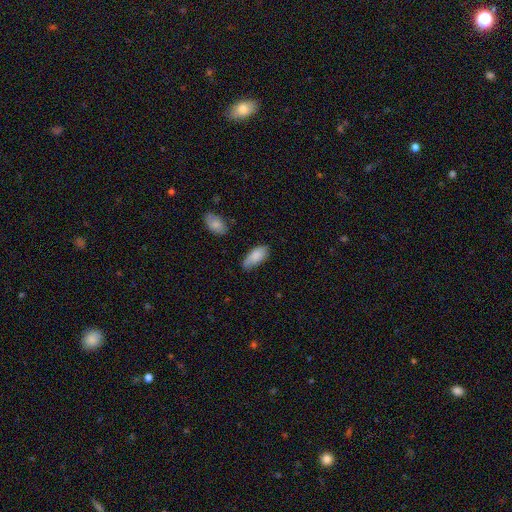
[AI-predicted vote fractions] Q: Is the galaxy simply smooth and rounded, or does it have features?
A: smooth — 85%.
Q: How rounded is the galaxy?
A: in between — 88%.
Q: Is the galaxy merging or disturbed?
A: none — 60%.